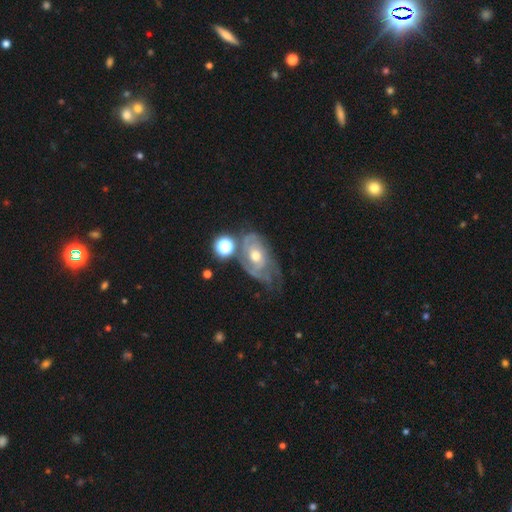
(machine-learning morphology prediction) Smooth or featured? Predicted: featured or disk (p=0.76). Edge-on disk? Predicted: no (p=0.94). Bar? Predicted: no (p=0.73). Spiral arms? Predicted: yes (p=0.85). Spiral winding? Predicted: tight (p=0.56). Spiral arm count? Predicted: can't tell (p=0.44). Bulge size? Predicted: moderate (p=0.69). Merging? Predicted: none (p=0.39).